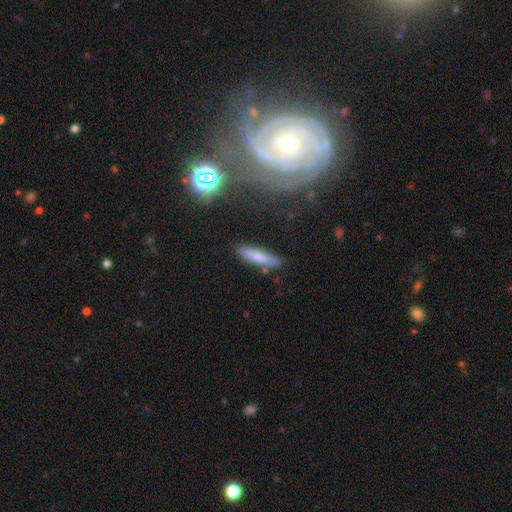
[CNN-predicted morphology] Smooth or featured?
  - smooth: 67% *
  - featured or disk: 24%
  - star or artifact: 10%
How rounded?
  - cigar-shaped: 82% *
  - in between: 16%
  - round: 2%
Merging?
  - none: 83% *
  - minor disturbance: 12%
  - major disturbance: 3%
  - merger: 3%